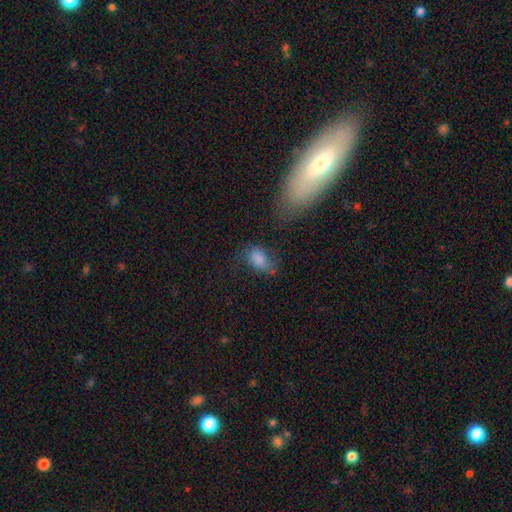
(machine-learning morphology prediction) Smooth or featured?
  - smooth: 74% *
  - featured or disk: 13%
  - star or artifact: 13%
How rounded?
  - in between: 87% *
  - round: 9%
  - cigar-shaped: 3%
Merging?
  - none: 52% *
  - minor disturbance: 26%
  - major disturbance: 16%
  - merger: 6%